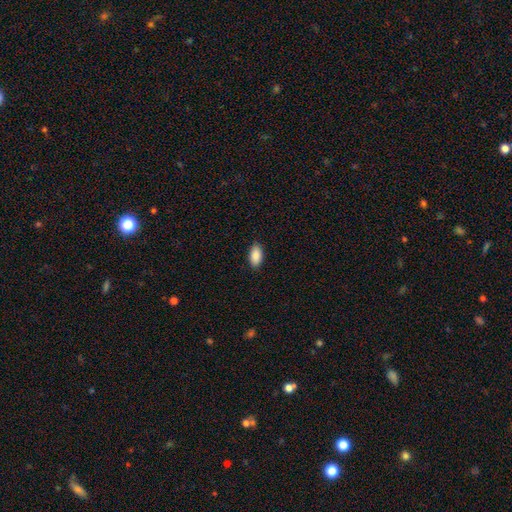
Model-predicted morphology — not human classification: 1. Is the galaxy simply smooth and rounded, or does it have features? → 89% smooth, 7% star or artifact, 4% featured or disk.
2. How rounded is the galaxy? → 93% in between, 4% cigar-shaped, 3% round.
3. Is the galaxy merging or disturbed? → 89% none, 9% minor disturbance, 2% major disturbance, 1% merger.